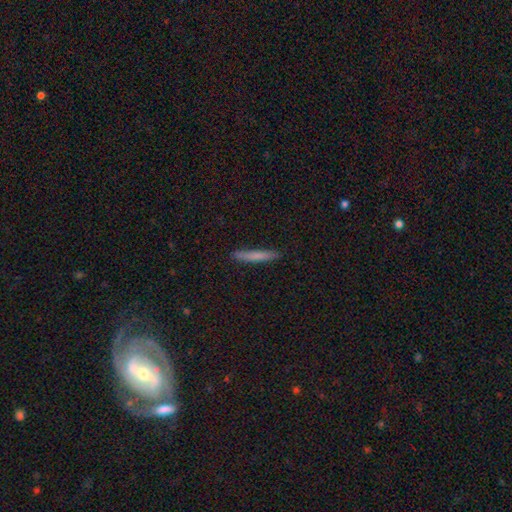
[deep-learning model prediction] This appears to be a smooth galaxy with no disk features (71%) that is cigar-shaped (95%). Merging: none (89%).